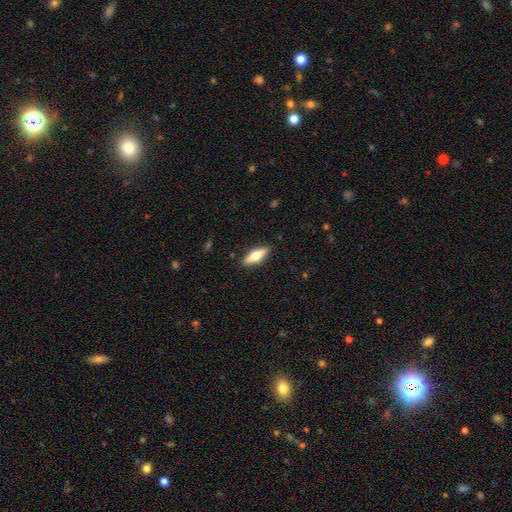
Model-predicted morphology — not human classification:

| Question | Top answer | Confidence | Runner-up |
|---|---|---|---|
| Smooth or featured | smooth | 49% | featured or disk (45%) |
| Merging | none | 89% | minor disturbance (8%) |